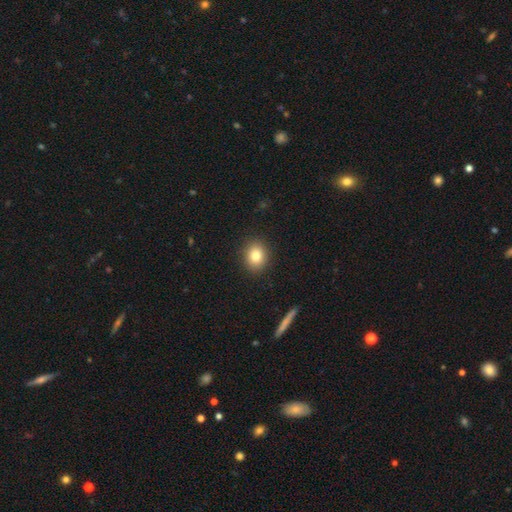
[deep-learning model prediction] The model was most divided on "how rounded": round: 65%, in between: 34%, cigar-shaped: 1%. More confident: merging — none (90%); smooth or featured — smooth (82%).